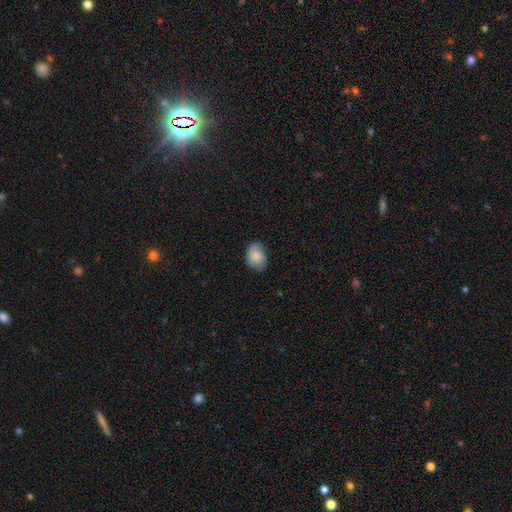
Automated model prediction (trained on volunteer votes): smooth-or-featured: smooth: 82% | featured or disk: 11% | star or artifact: 7%
  how-rounded: in between: 72% | round: 27% | cigar-shaped: 1%
  merging: none: 70% | minor disturbance: 25% | major disturbance: 4% | merger: 1%